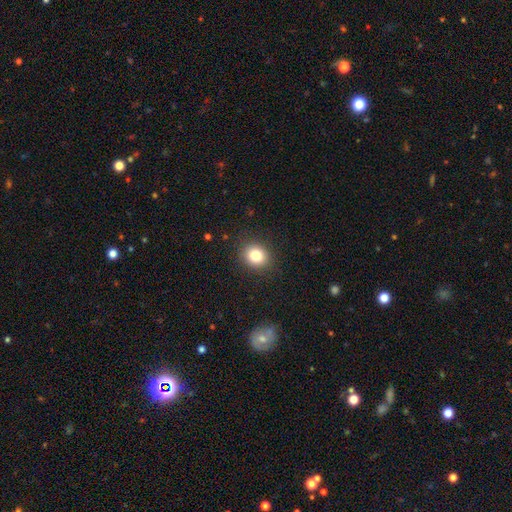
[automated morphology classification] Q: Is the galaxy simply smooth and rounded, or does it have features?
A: smooth — 82%.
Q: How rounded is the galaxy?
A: round — 73%.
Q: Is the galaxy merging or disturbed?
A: none — 89%.